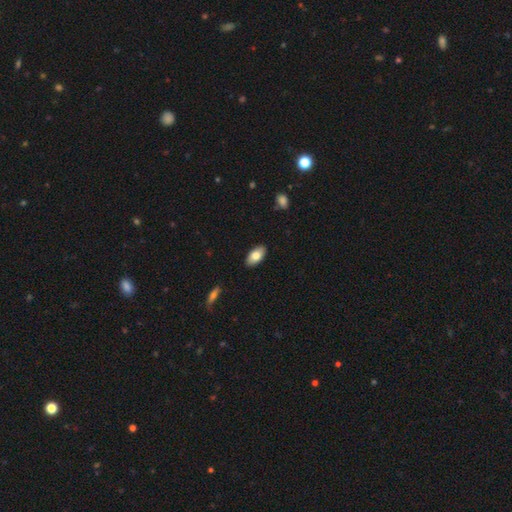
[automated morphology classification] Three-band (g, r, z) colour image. It shows a smooth galaxy with no disk features (80%) that is in between round and cigar-shaped (94%). Merging: none (89%).